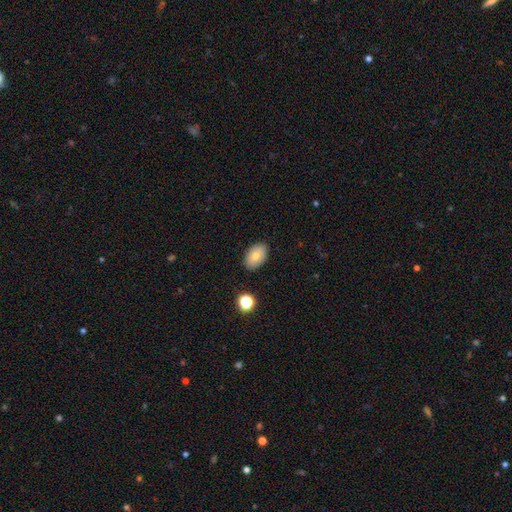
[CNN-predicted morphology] This appears to be a smooth galaxy with no disk features (76%) that is in between round and cigar-shaped (87%). Merging: none (87%).